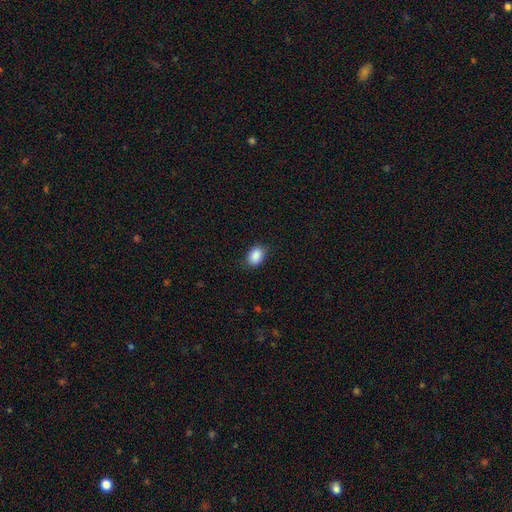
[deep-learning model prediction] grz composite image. It shows a smooth galaxy with no disk features (89%) that is in between round and cigar-shaped (76%). Merging: none (81%).